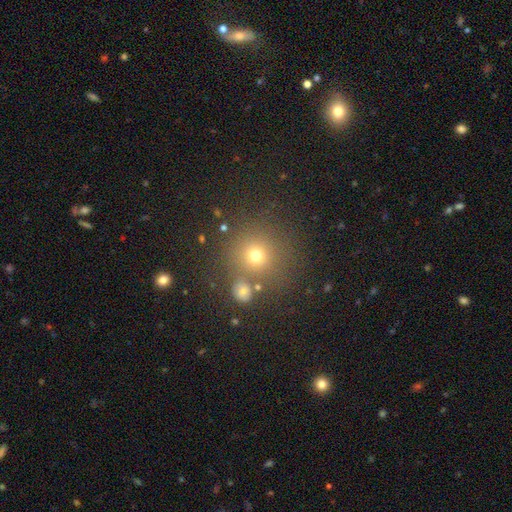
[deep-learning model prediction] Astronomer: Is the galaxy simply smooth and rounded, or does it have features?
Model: smooth — 70%.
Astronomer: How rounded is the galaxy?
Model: round — 91%.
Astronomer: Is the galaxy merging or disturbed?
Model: none — 76%.